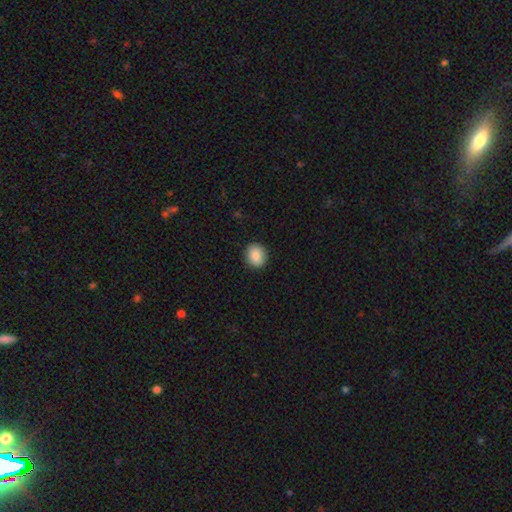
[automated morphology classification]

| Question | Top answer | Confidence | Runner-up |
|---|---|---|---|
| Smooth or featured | smooth | 86% | star or artifact (8%) |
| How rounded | round | 69% | in between (30%) |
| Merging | none | 90% | minor disturbance (7%) |